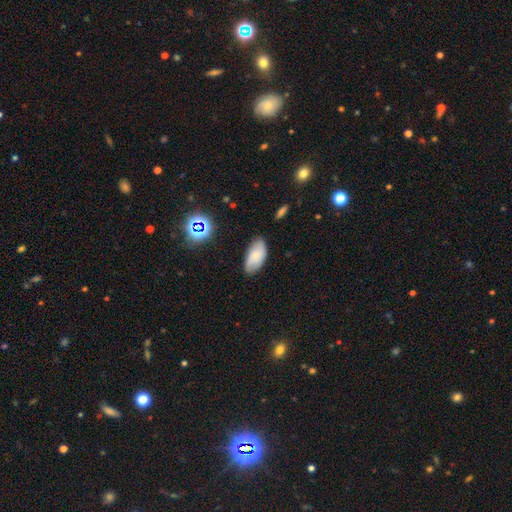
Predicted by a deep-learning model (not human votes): smooth_or_featured: smooth (p=0.65) [alt: featured or disk p=0.26]
how_rounded: in between (p=0.93) [alt: cigar-shaped p=0.04]
merging: none (p=0.77) [alt: minor disturbance p=0.18]